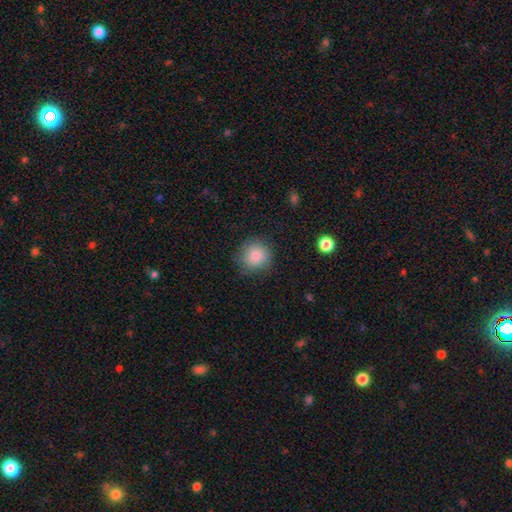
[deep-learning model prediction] Q: Smooth or featured?
A: smooth (85%); runner-up: star or artifact (9%)
Q: How rounded?
A: round (92%); runner-up: in between (7%)
Q: Merging?
A: none (83%); runner-up: minor disturbance (12%)